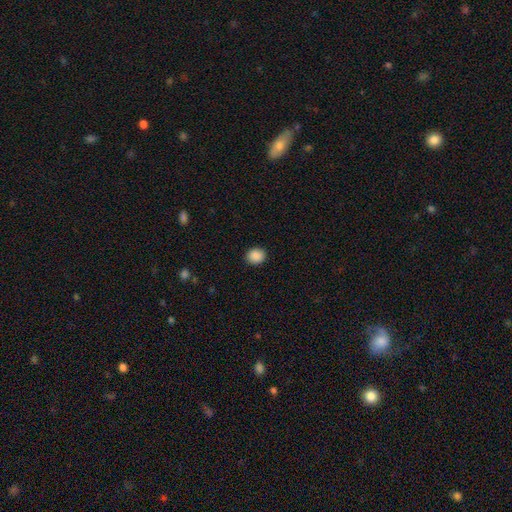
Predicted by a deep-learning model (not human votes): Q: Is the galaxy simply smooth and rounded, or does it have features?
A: smooth — 89%.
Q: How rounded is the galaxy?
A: round — 70%.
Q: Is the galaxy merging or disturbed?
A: none — 91%.